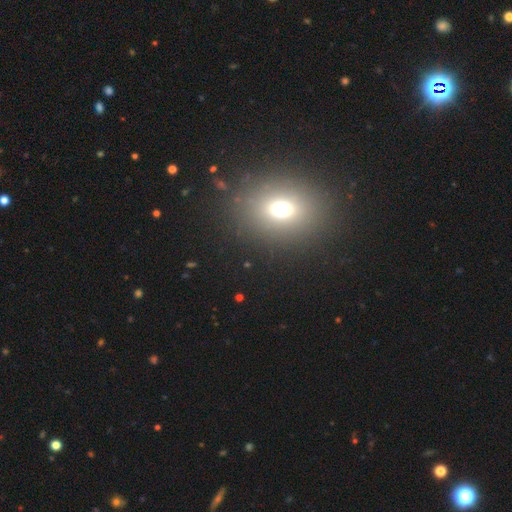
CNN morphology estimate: Smooth or featured: smooth — 60% (star or artifact — 28%)
How rounded: in between — 57% (round — 41%)
Merging: none — 90% (minor disturbance — 6%)